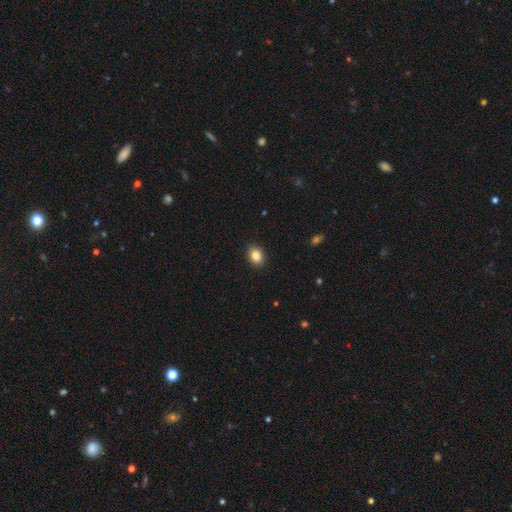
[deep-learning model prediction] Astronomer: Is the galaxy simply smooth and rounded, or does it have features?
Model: smooth — 86%.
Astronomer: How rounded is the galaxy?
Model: in between — 70%.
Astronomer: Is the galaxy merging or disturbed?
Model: none — 90%.